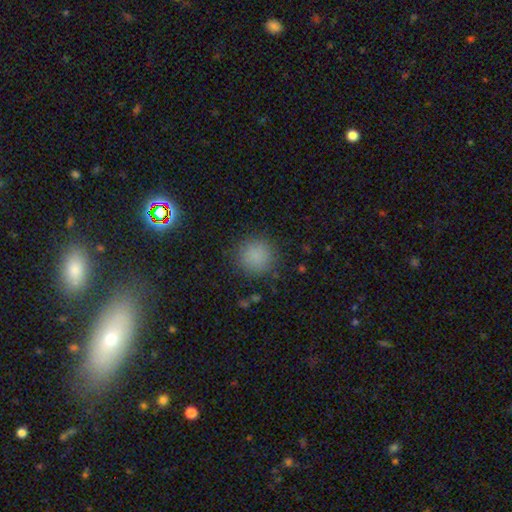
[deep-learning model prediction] Smooth or featured? smooth (83%)
How rounded? round (93%)
Merging? none (88%)